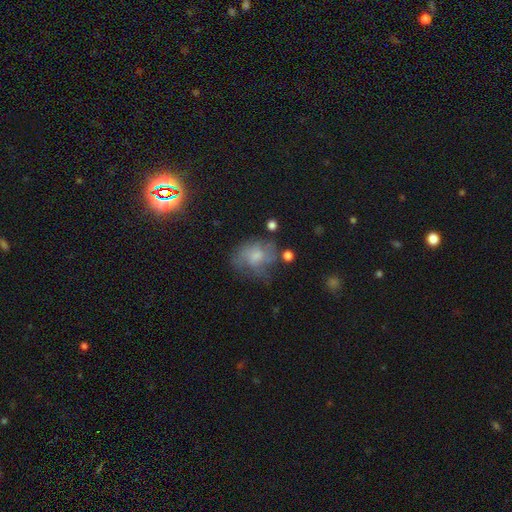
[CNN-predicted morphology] Smooth or featured? smooth (54%)
How rounded? in between (51%)
Merging? none (42%)